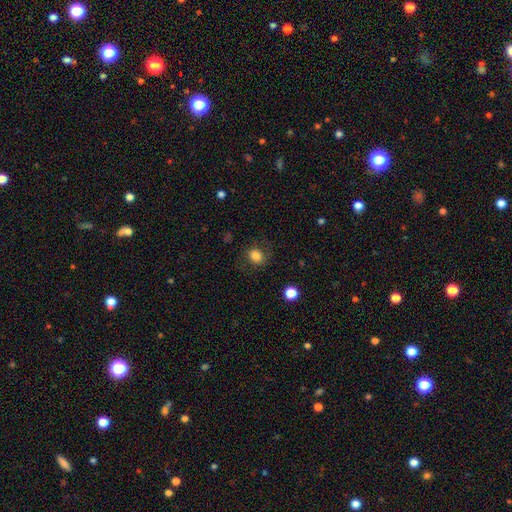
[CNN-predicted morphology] Smooth or featured: smooth — 80% (star or artifact — 10%)
How rounded: round — 62% (in between — 38%)
Merging: none — 77% (minor disturbance — 14%)